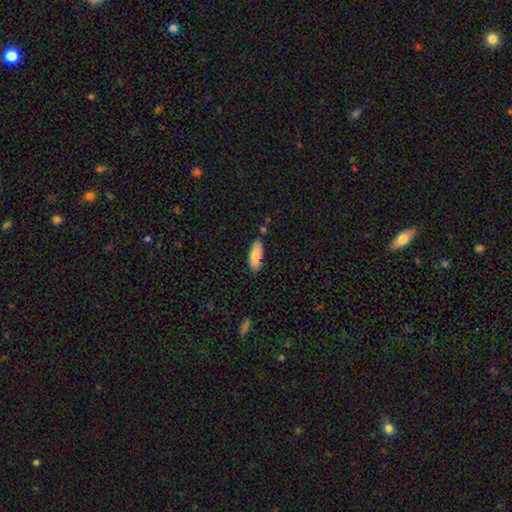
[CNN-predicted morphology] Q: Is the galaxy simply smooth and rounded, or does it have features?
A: smooth — 79%.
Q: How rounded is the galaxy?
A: in between — 71%.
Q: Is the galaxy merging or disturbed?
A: none — 82%.